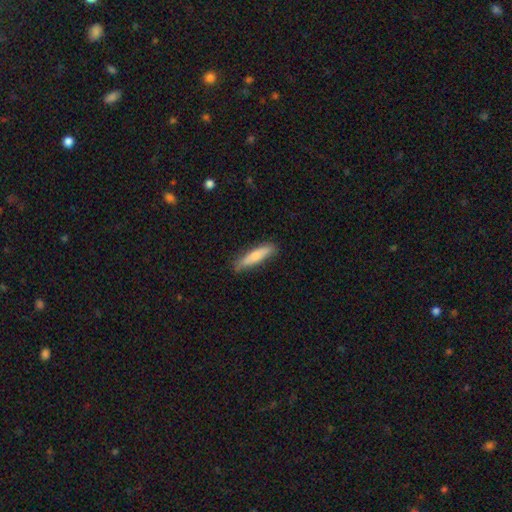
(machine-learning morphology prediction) This appears to be a smooth galaxy with no disk features (71%) that is cigar-shaped (80%). Merging: none (81%).